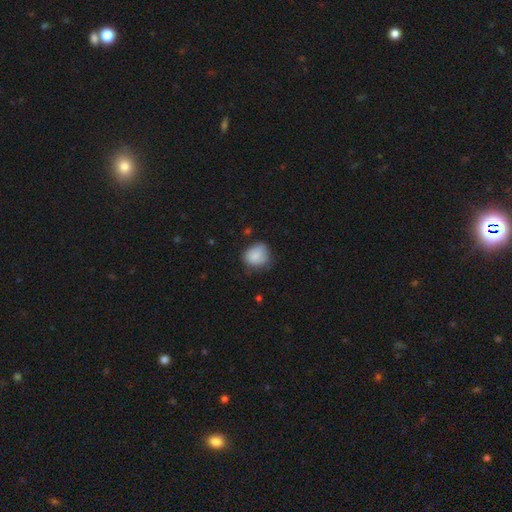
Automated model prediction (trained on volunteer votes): Overall: smooth (83%). How rounded: round (67%; in between 32%). Merging: none (55%; minor disturbance 33%).